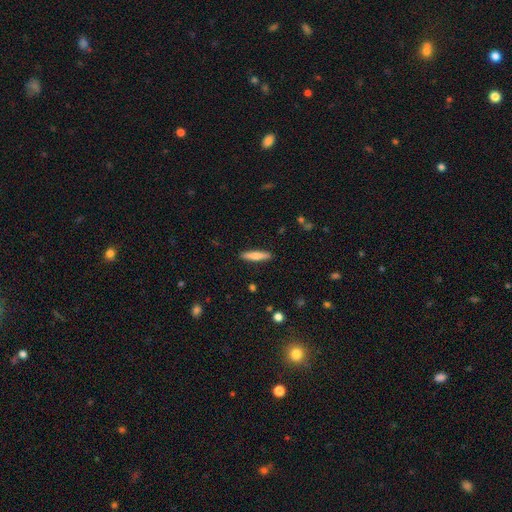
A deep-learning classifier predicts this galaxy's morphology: The model was most divided on "smooth or featured": smooth: 69%, featured or disk: 26%, star or artifact: 6%. More confident: merging — none (90%); how rounded — cigar-shaped (86%).